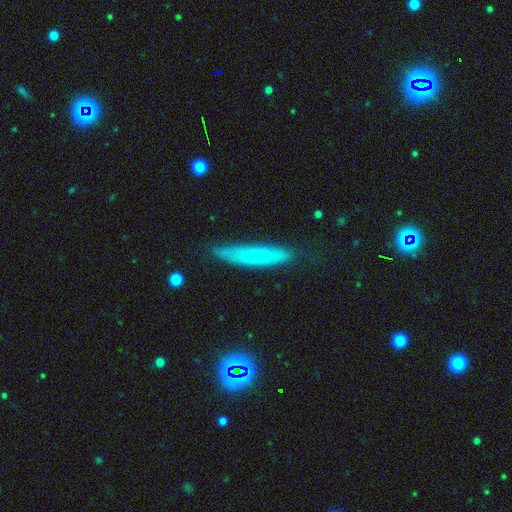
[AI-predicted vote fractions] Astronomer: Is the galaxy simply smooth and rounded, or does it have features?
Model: smooth — 59%.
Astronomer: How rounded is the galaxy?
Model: cigar-shaped — 83%.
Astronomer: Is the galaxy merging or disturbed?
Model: none — 76%.